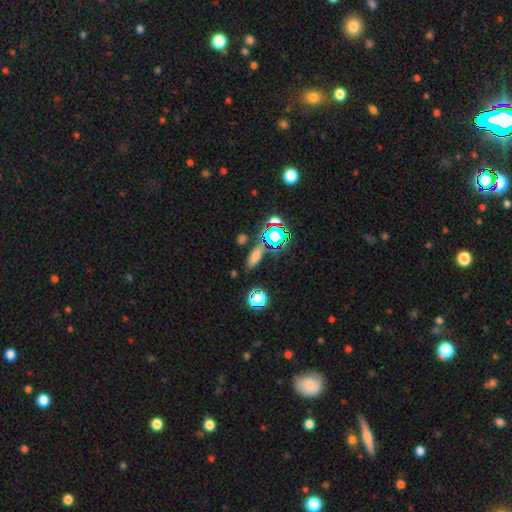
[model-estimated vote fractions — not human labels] Smooth or featured? Predicted: smooth (p=0.63). How rounded? Predicted: in between (p=0.51). Merging? Predicted: none (p=0.81).